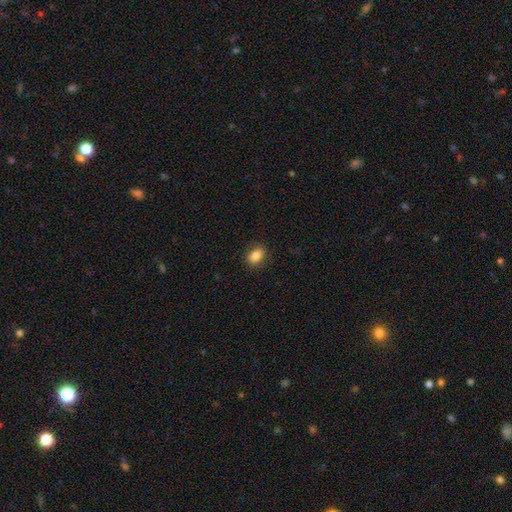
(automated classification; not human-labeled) smooth 84%, star or artifact 9%, featured or disk 7%. Down the decision tree: how rounded — in between (74%); merging — none (85%).